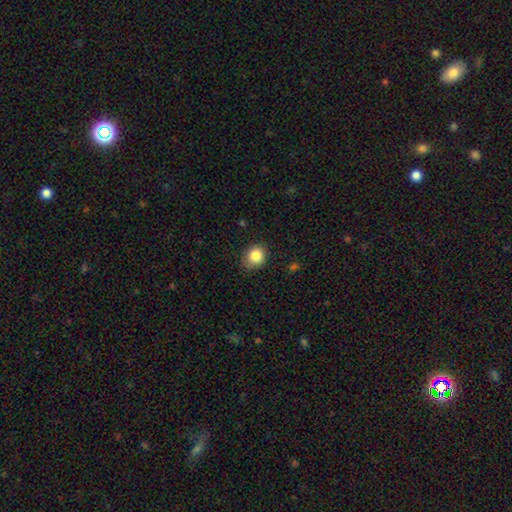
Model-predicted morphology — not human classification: smooth_or_featured: smooth (p=0.84) [alt: star or artifact p=0.10]
how_rounded: round (p=0.75) [alt: in between p=0.24]
merging: none (p=0.78) [alt: minor disturbance p=0.18]